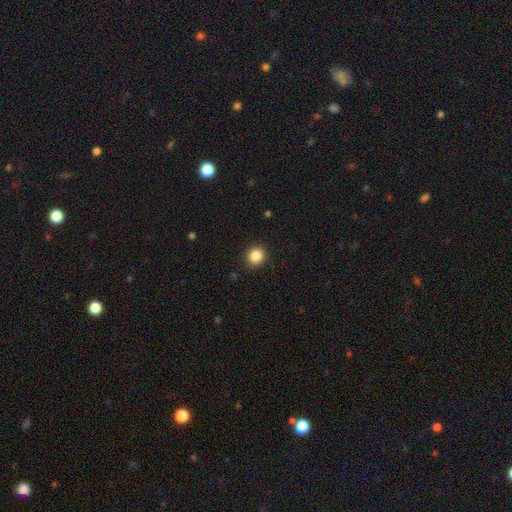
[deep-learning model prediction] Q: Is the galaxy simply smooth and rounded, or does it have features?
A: smooth — 86%.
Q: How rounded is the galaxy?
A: round — 79%.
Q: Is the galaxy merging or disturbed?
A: none — 90%.